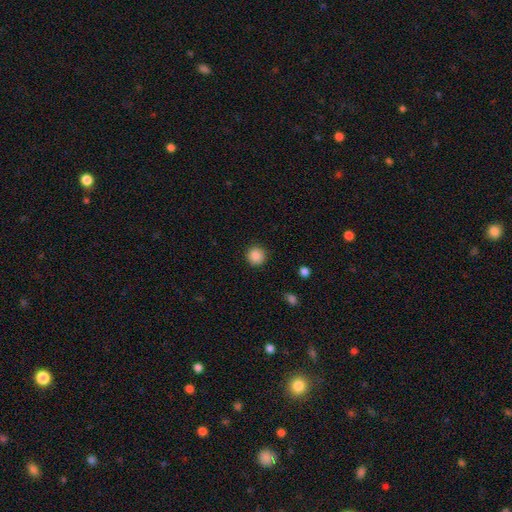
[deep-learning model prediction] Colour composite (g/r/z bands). It shows a smooth galaxy with no disk features (88%) that is round (95%). Merging: none (91%).